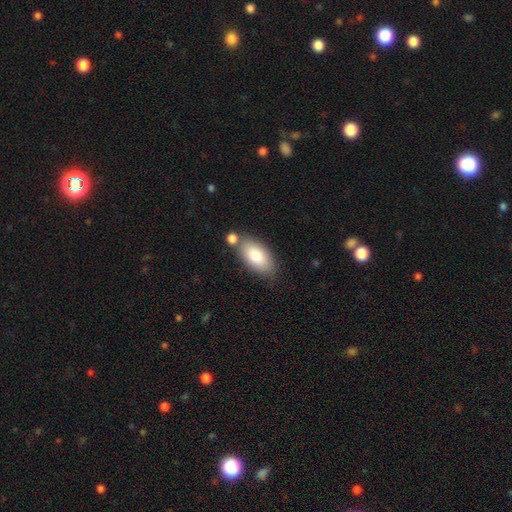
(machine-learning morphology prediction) Smooth or featured? Predicted: smooth (p=0.81). How rounded? Predicted: in between (p=0.93). Merging? Predicted: none (p=0.67).